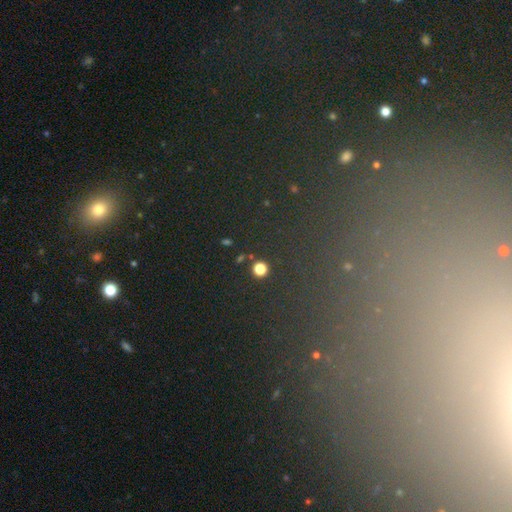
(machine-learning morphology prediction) smooth-or-featured: star or artifact: 68% | smooth: 19% | featured or disk: 14%